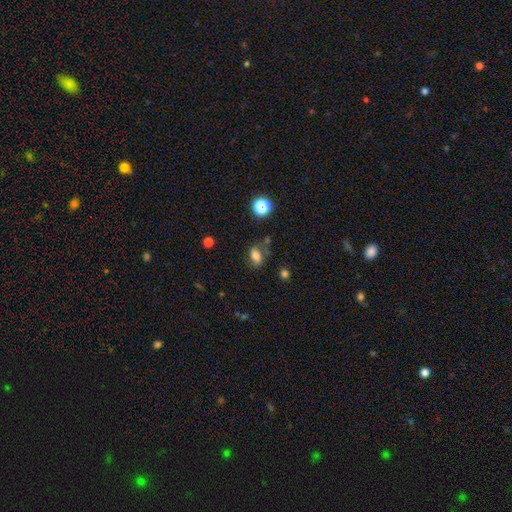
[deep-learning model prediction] Overall: smooth (76%). How rounded: in between (78%). Merging: none (67%).